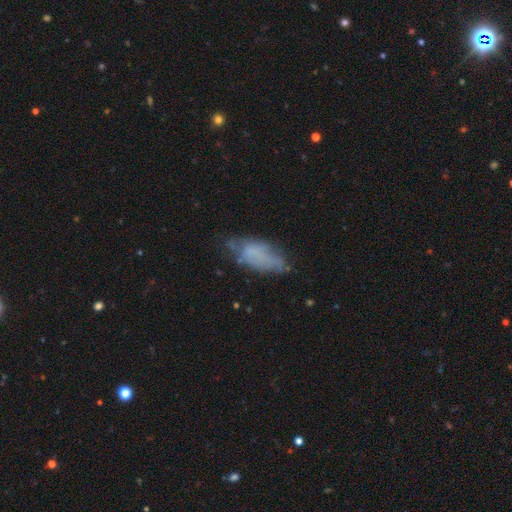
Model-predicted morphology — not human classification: Smooth or featured? smooth (55%)
How rounded? in between (79%)
Merging? none (47%)